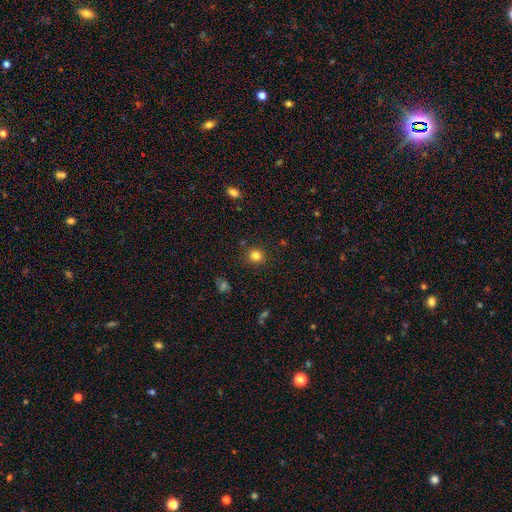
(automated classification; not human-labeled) Q: Smooth or featured?
A: smooth (82%); runner-up: star or artifact (13%)
Q: How rounded?
A: round (91%); runner-up: in between (8%)
Q: Merging?
A: none (89%); runner-up: minor disturbance (7%)